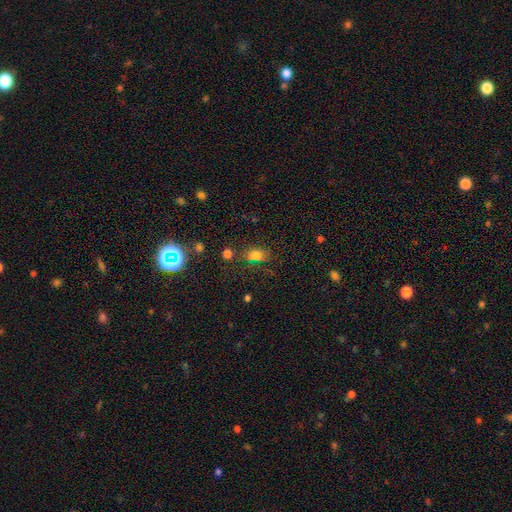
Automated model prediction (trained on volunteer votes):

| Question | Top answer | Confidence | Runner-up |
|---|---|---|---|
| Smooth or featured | smooth | 70% | star or artifact (22%) |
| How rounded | in between | 72% | round (24%) |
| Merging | none | 70% | minor disturbance (16%) |